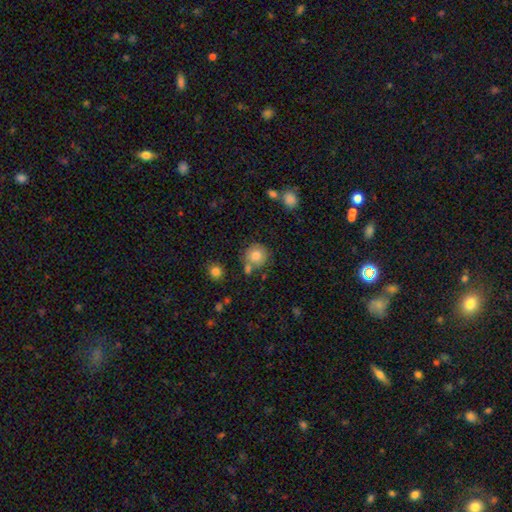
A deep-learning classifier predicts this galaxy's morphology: Smooth or featured? Predicted: smooth (p=0.80). How rounded? Predicted: round (p=0.91). Merging? Predicted: none (p=0.68).